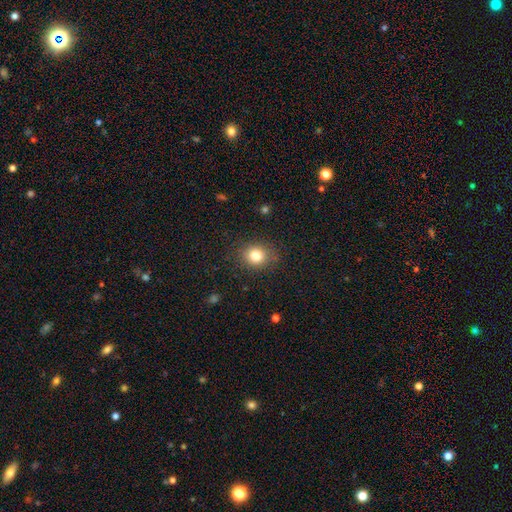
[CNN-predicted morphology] This appears to be a smooth galaxy with no disk features (81%) that is round (74%). Merging: none (85%).